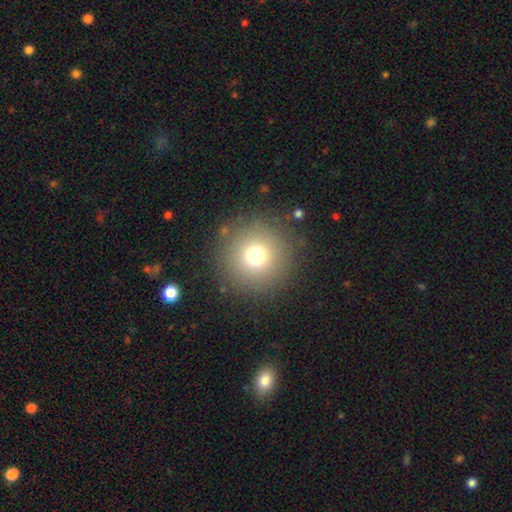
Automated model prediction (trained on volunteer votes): Smooth or featured? smooth (72%)
How rounded? round (96%)
Merging? none (89%)